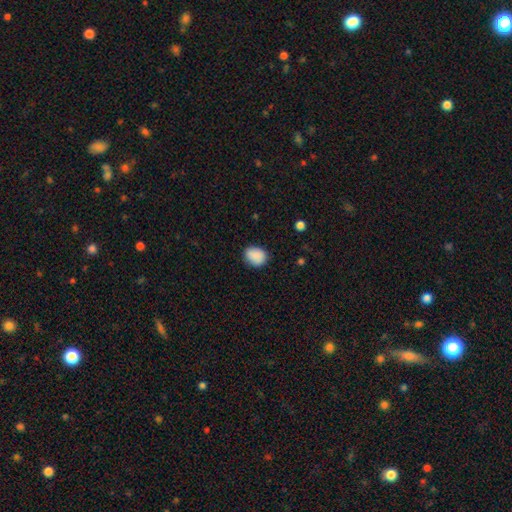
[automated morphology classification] The model was most divided on "how rounded": round: 50%, in between: 49%, cigar-shaped: 1%. More confident: smooth or featured — smooth (88%); merging — none (82%).